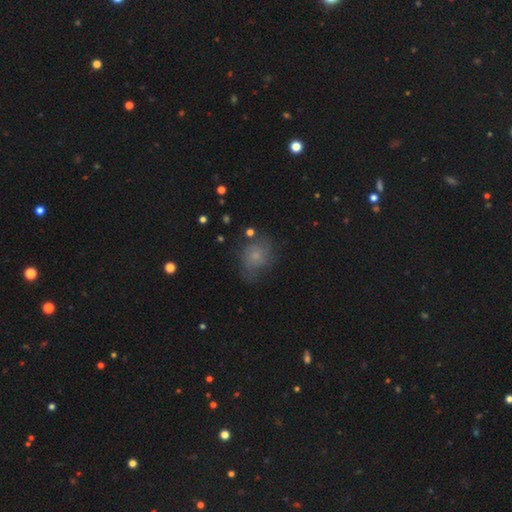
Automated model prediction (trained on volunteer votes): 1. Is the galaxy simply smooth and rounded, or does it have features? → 52% smooth, 33% featured or disk, 15% star or artifact.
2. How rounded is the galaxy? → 66% round, 33% in between, 1% cigar-shaped.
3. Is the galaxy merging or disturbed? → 59% none, 24% minor disturbance, 14% major disturbance, 3% merger.